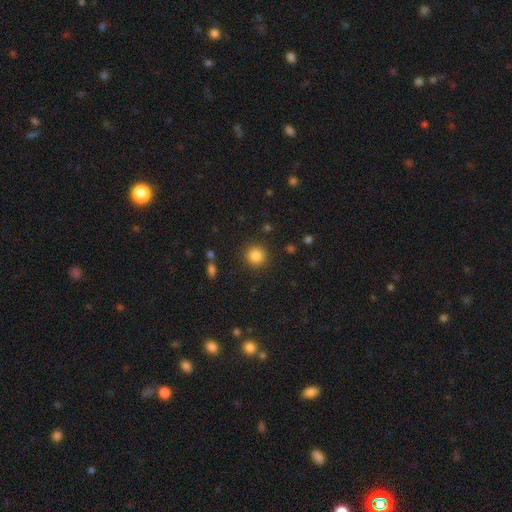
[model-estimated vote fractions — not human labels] smooth_or_featured: smooth (p=0.84) [alt: star or artifact p=0.11]
how_rounded: round (p=0.93) [alt: in between p=0.06]
merging: none (p=0.90) [alt: minor disturbance p=0.06]